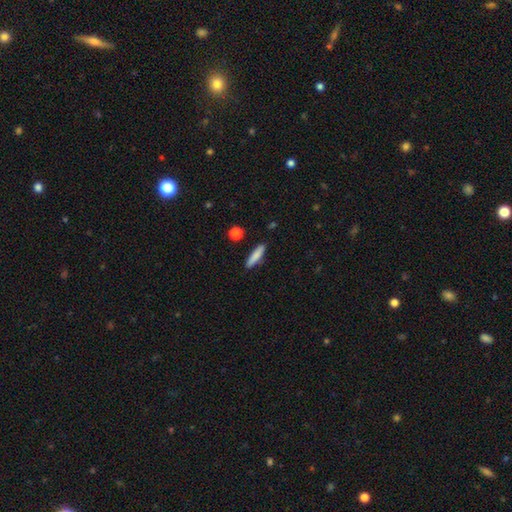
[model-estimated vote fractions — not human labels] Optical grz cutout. It shows a smooth galaxy with no disk features (82%) that is cigar-shaped (83%). Merging: none (88%).